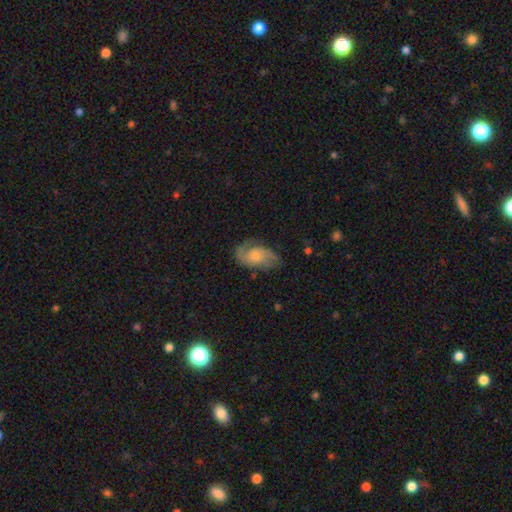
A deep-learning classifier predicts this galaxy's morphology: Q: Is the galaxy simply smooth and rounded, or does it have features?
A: featured or disk — 65%.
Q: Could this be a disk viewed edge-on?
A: no — 96%.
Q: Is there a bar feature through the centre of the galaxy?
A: no — 72%.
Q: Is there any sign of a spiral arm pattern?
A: yes — 90%.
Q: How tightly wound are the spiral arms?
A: medium — 45%.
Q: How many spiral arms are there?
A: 2 — 71%.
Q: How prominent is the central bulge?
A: small — 46%.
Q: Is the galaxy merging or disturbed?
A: none — 63%.